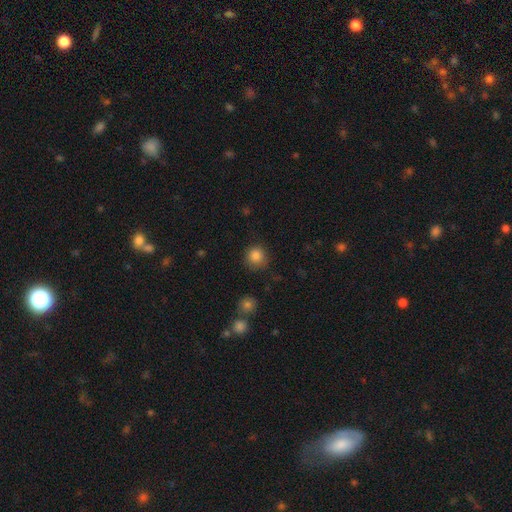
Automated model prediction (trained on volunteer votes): Smooth or featured? smooth (85%)
How rounded? round (93%)
Merging? none (84%)